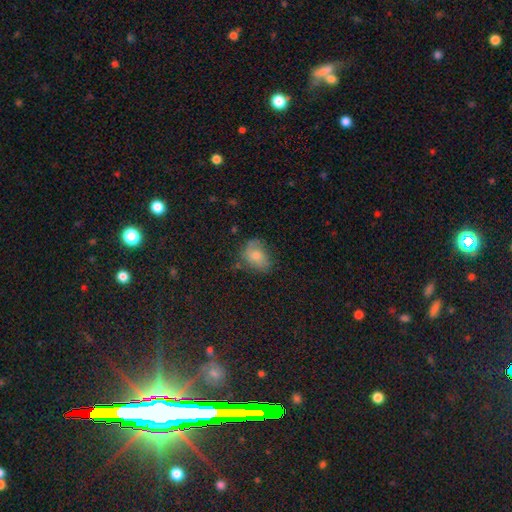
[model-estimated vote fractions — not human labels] Smooth or featured? smooth (66%)
How rounded? in between (72%)
Merging? none (52%)